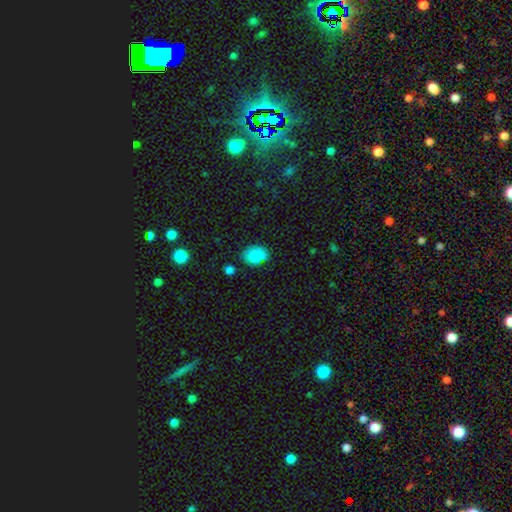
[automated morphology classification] type=smooth (86%); roundness=in between (76%); merging=none (70%).